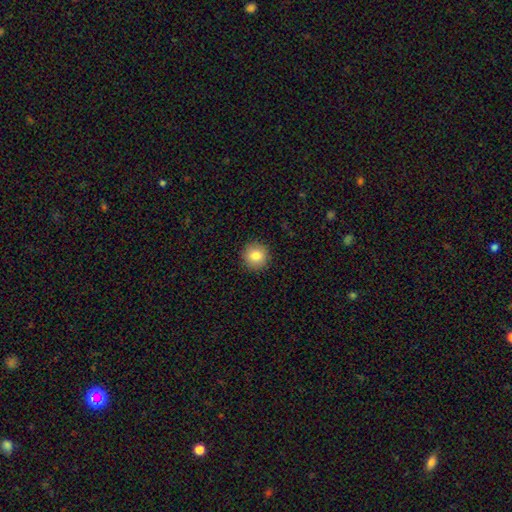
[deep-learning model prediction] Smooth or featured?
  - smooth: 84% *
  - star or artifact: 9%
  - featured or disk: 8%
How rounded?
  - round: 94% *
  - in between: 5%
  - cigar-shaped: 1%
Merging?
  - none: 92% *
  - minor disturbance: 5%
  - major disturbance: 2%
  - merger: 1%